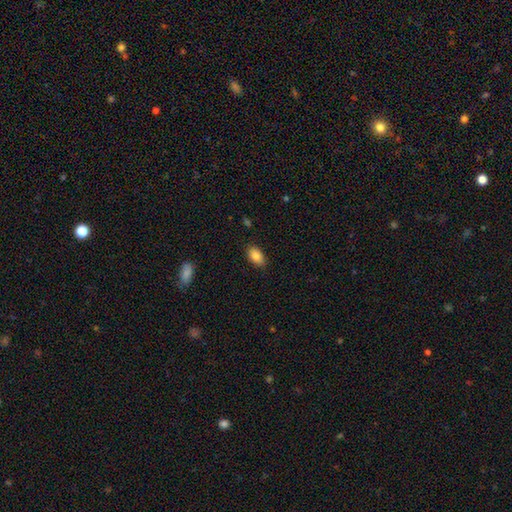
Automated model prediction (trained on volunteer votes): The model was most divided on "merging": none: 85%, minor disturbance: 12%, major disturbance: 2%, merger: 1%. More confident: how rounded — in between (92%); smooth or featured — smooth (87%).